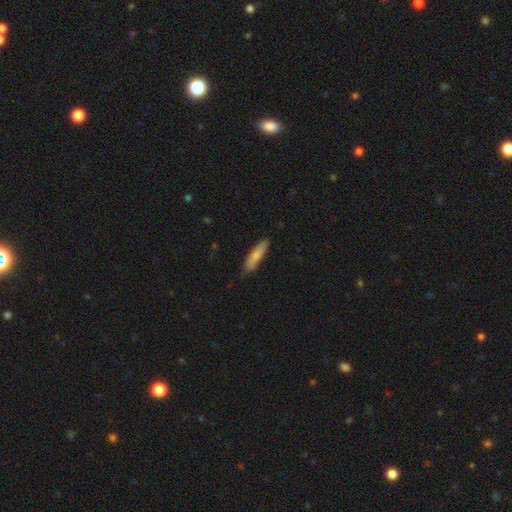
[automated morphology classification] Smooth or featured: smooth — 77% (featured or disk — 17%)
How rounded: cigar-shaped — 70% (in between — 29%)
Merging: none — 80% (minor disturbance — 16%)